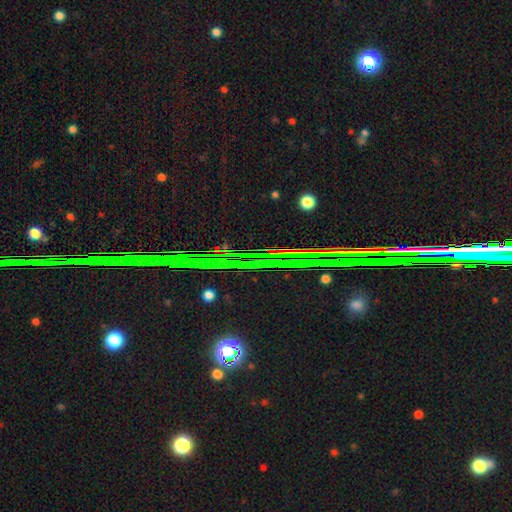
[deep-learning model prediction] A star or artifact, not a galaxy (83%).

Vote fractions:
- Smooth or featured? star or artifact: 83% / featured or disk: 10% / smooth: 7%